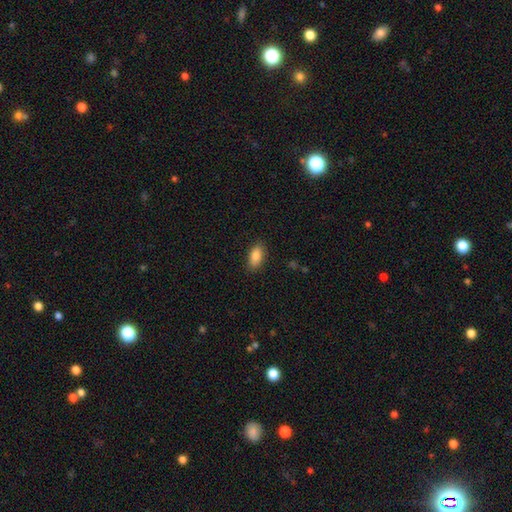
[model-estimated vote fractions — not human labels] Overall: smooth (86%). How rounded: in between (89%). Merging: none (86%).